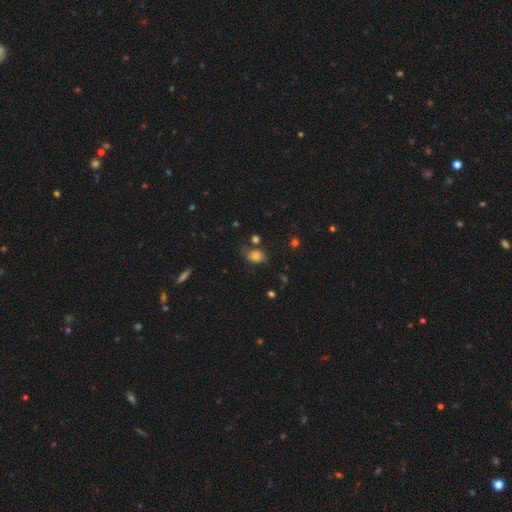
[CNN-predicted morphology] smooth_or_featured: smooth (p=0.79) [alt: star or artifact p=0.12]
how_rounded: in between (p=0.73) [alt: round p=0.25]
merging: none (p=0.60) [alt: minor disturbance p=0.24]